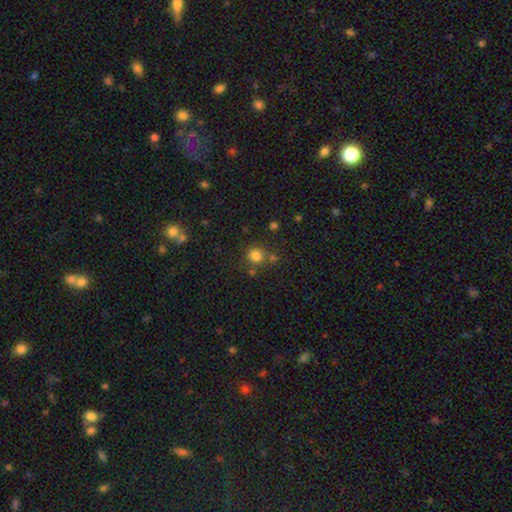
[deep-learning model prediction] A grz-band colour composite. It shows a smooth galaxy with no disk features (79%) that is round (82%). Merging: none (68%).